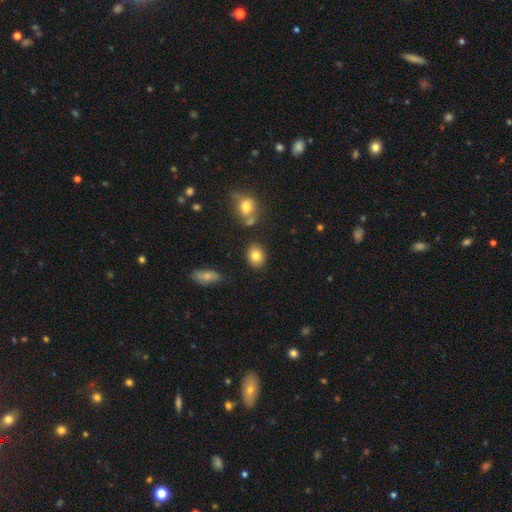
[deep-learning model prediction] Smooth or featured? smooth (82%)
How rounded? in between (59%)
Merging? none (82%)